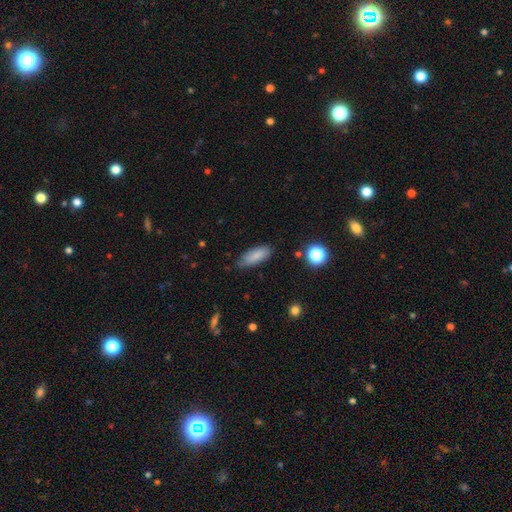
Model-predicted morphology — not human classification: Smooth or featured? smooth (83%)
How rounded? in between (70%)
Merging? none (75%)